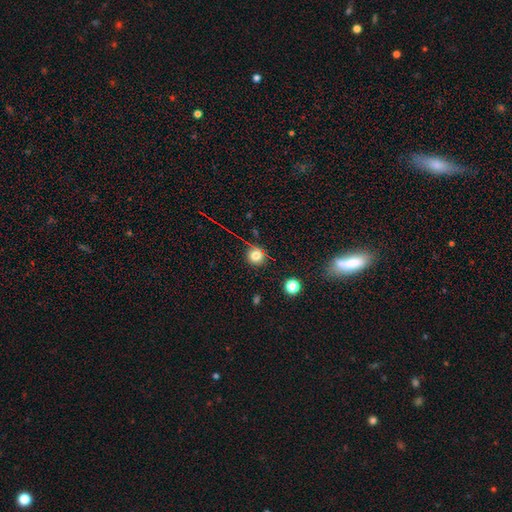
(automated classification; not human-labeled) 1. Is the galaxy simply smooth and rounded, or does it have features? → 77% smooth, 16% star or artifact, 8% featured or disk.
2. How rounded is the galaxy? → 92% round, 7% in between, 1% cigar-shaped.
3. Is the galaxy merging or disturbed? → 85% none, 9% minor disturbance, 3% major disturbance, 3% merger.